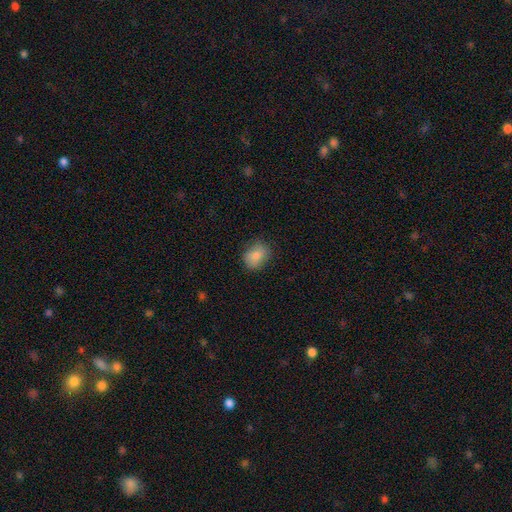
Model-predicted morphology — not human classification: Smooth or featured? smooth (83%)
How rounded? in between (53%)
Merging? none (76%)